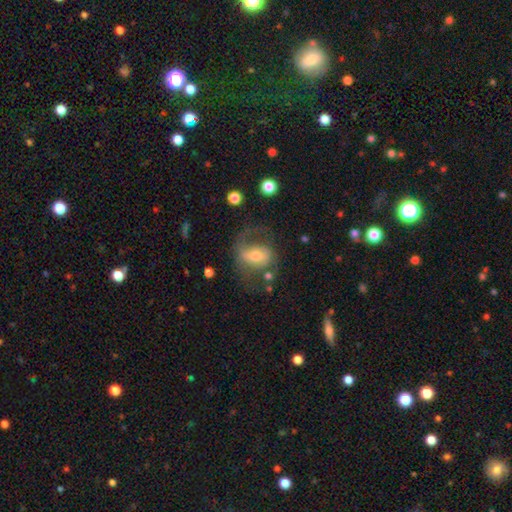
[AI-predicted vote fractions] Overall: featured or disk (64%; smooth 28%). Edge-on disk: no (96%). Bar: weak (43%; no 32%). Spiral arms: yes (80%). Bulge size: moderate (58%; small 29%). Merging: none (47%; major disturbance 28%).